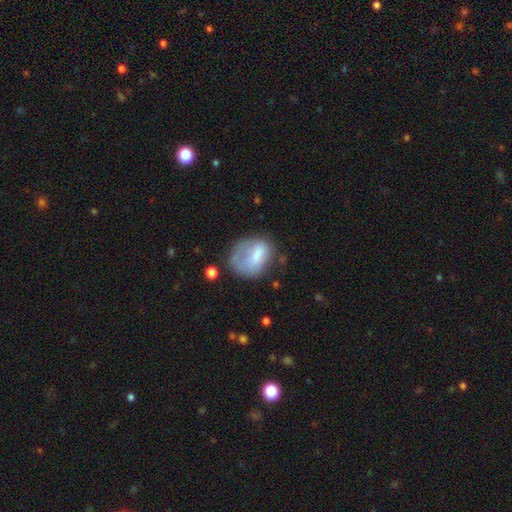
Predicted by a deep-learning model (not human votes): smooth-or-featured: smooth: 65% | featured or disk: 27% | star or artifact: 8%
  how-rounded: in between: 53% | round: 46% | cigar-shaped: 1%
  merging: none: 38% | major disturbance: 29% | minor disturbance: 28% | merger: 5%